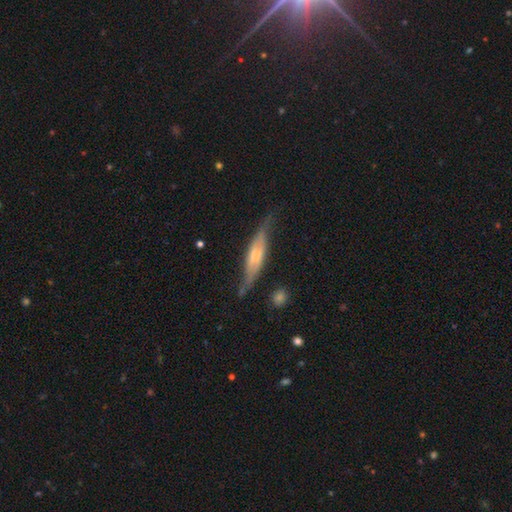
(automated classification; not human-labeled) This is likely a featured or disk galaxy (65%). It is clearly viewed edge-on (85%). Edge-on bulge: marginally rounded (42%). Merging: likely none (69%).